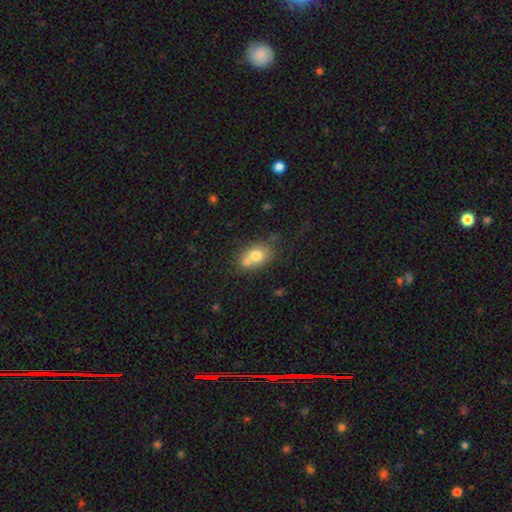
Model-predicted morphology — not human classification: This is likely a smooth galaxy (71%). How rounded: likely in between (64%). Merging: marginally none (43%).